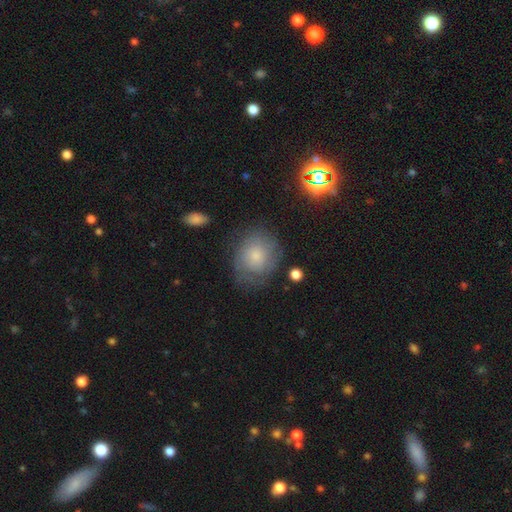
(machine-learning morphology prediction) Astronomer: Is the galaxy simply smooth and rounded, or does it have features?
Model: smooth — 65%.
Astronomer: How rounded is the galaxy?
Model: round — 71%.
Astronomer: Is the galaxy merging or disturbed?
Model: none — 66%.